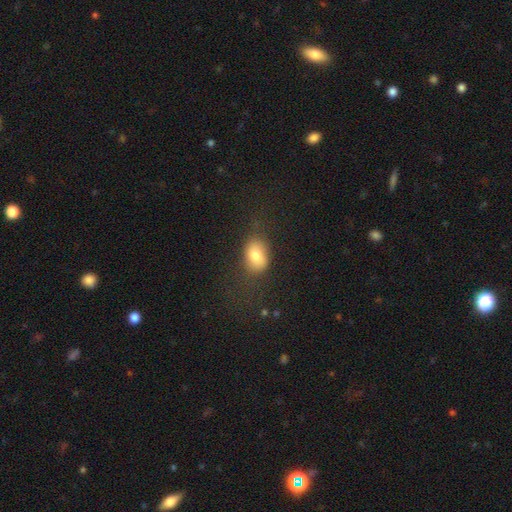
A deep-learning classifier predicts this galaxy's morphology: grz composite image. It shows a smooth galaxy with no disk features (77%) that is in between round and cigar-shaped (74%). Merging: none (69%).